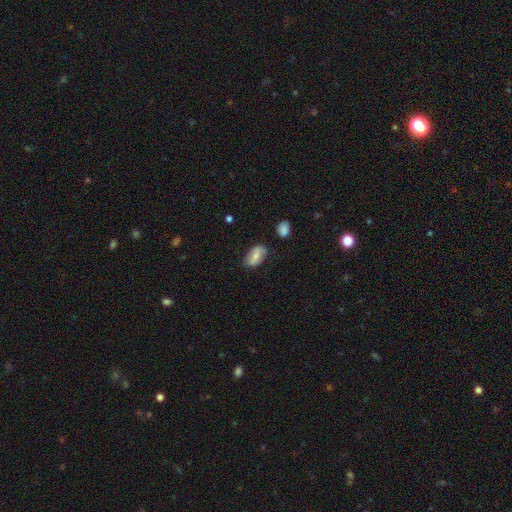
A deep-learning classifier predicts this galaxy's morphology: This is likely a smooth galaxy (64%). How rounded: clearly in between (91%). Merging: likely none (76%).